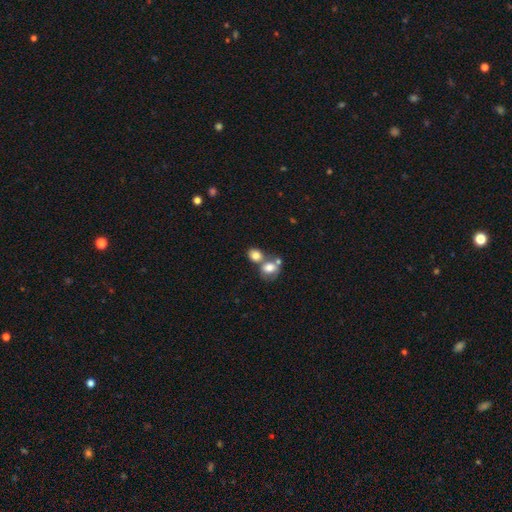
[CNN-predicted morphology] The model was most divided on "how rounded": round: 56%, in between: 43%, cigar-shaped: 1%. Remaining: smooth or featured — smooth (78%); merging — merger (50%).